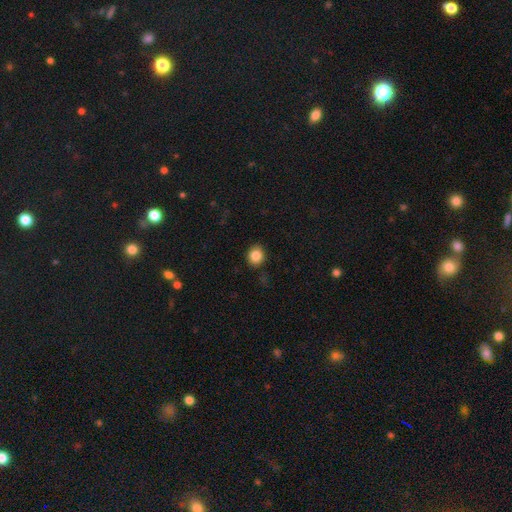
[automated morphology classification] A smooth galaxy with no disk features (86%) that is round (78%).

Vote fractions:
- Smooth or featured? smooth: 86% / star or artifact: 10% / featured or disk: 4%
- How rounded? round: 78% / in between: 21% / cigar-shaped: 1%
- Merging? none: 89% / minor disturbance: 8% / major disturbance: 2% / merger: 1%